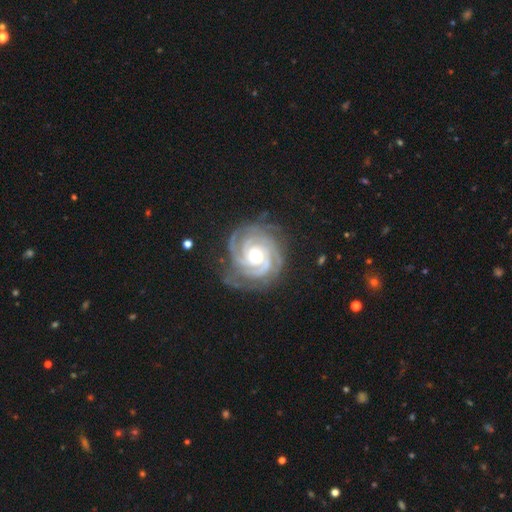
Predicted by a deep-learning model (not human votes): This is clearly a featured or disk galaxy (93%). It is clearly not viewed edge-on (98%). Bar: likely no (74%). Spiral arm pattern: clearly yes (99%). Spiral arm count: marginally 3 (39%). Spiral winding: clearly tight (80%). Central bulge: likely moderate (67%). Merging: likely none (78%).